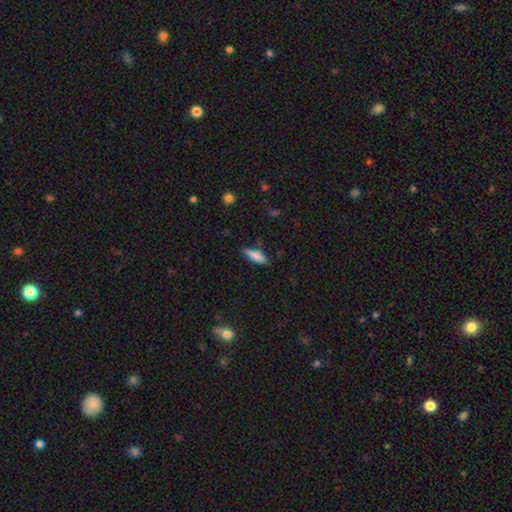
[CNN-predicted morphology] Smooth or featured? Predicted: smooth (p=0.80). How rounded? Predicted: cigar-shaped (p=0.62). Merging? Predicted: none (p=0.79).